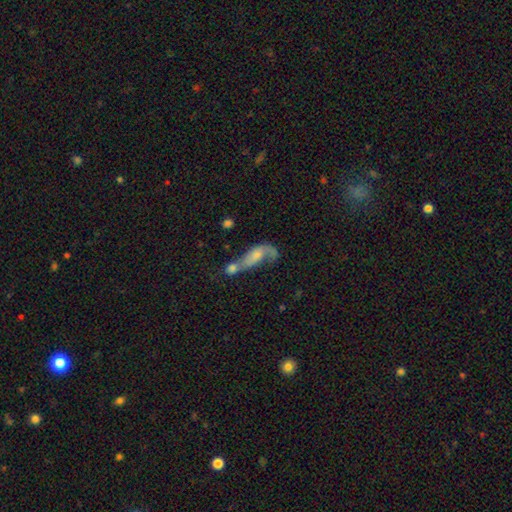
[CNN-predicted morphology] Overall: featured or disk (50%; smooth 40%). Edge-on disk: no (91%). Merging: merger (61%).